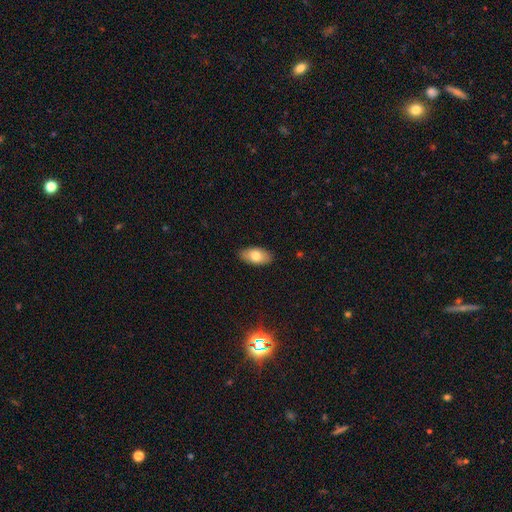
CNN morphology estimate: Overall: smooth (76%). How rounded: in between (93%). Merging: none (87%).